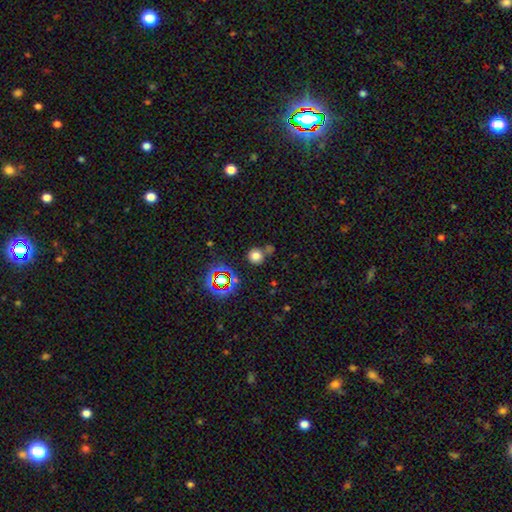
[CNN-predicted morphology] Smooth or featured? Predicted: smooth (p=0.72). How rounded? Predicted: round (p=0.90). Merging? Predicted: none (p=0.70).